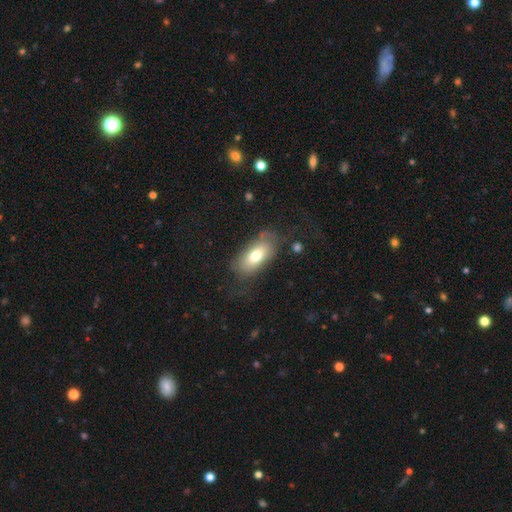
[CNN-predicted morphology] smooth_or_featured: smooth (p=0.70) [alt: featured or disk p=0.23]
how_rounded: in between (p=0.89) [alt: cigar-shaped p=0.07]
merging: none (p=0.65) [alt: minor disturbance p=0.21]